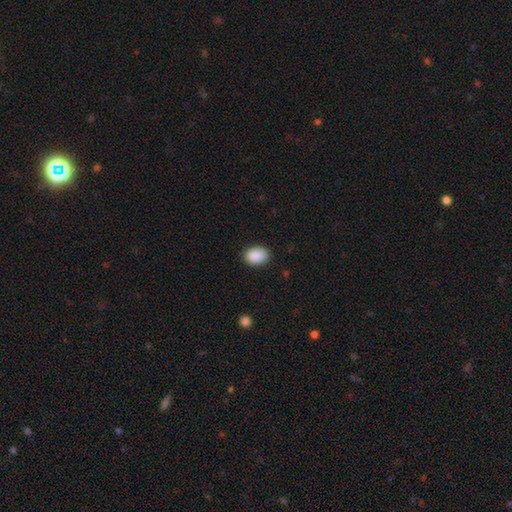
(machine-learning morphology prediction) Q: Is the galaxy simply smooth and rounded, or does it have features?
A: smooth — 90%.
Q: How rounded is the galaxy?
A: in between — 75%.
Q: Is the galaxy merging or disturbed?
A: none — 87%.